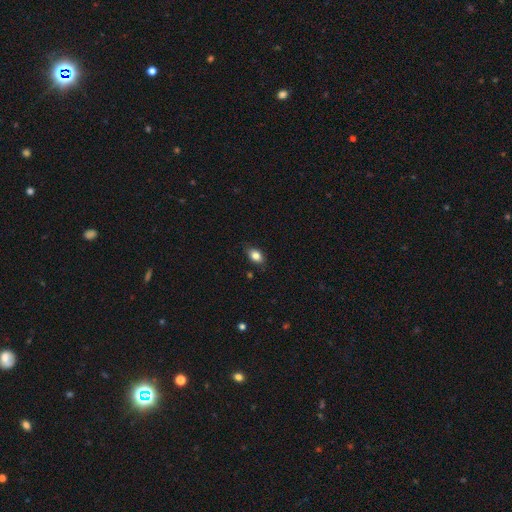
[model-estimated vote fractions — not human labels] This is clearly a smooth galaxy (83%). How rounded: clearly in between (82%). Merging: clearly none (82%).